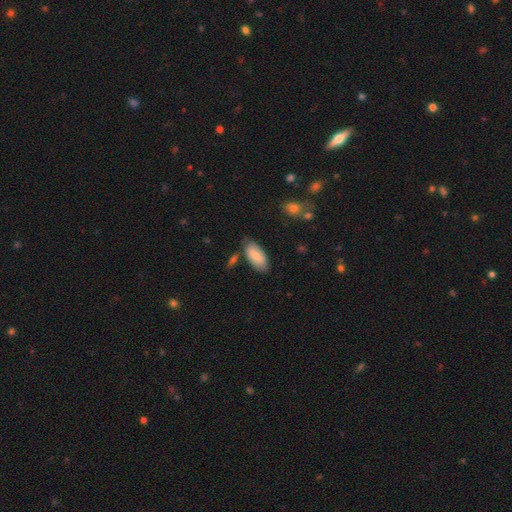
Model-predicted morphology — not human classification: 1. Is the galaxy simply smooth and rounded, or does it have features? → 78% smooth, 16% featured or disk, 6% star or artifact.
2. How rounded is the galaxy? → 91% in between, 7% cigar-shaped, 2% round.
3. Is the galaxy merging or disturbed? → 74% none, 17% minor disturbance, 5% merger, 4% major disturbance.